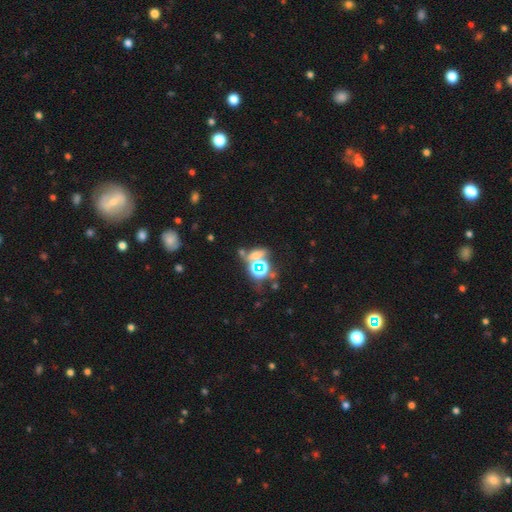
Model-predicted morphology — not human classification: Overall: star or artifact (58%; smooth 29%).